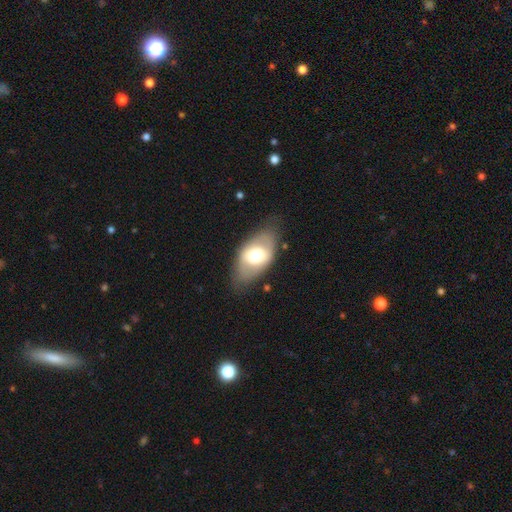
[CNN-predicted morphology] Smooth or featured: smooth — 55% (featured or disk — 39%)
How rounded: in between — 92% (round — 6%)
Merging: none — 73% (minor disturbance — 19%)